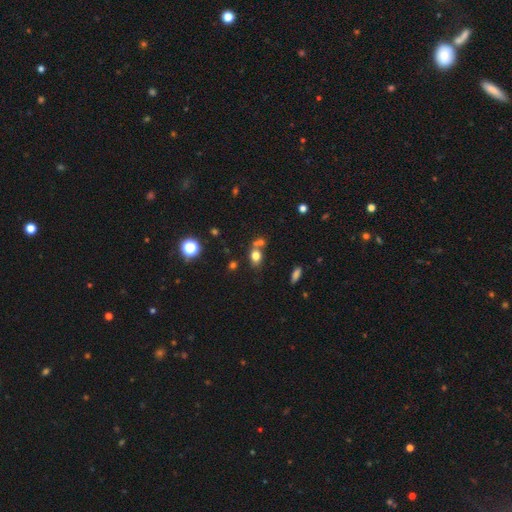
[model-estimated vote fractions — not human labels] Q: Smooth or featured?
A: smooth (74%); runner-up: star or artifact (15%)
Q: How rounded?
A: in between (54%); runner-up: round (44%)
Q: Merging?
A: none (48%); runner-up: merger (35%)